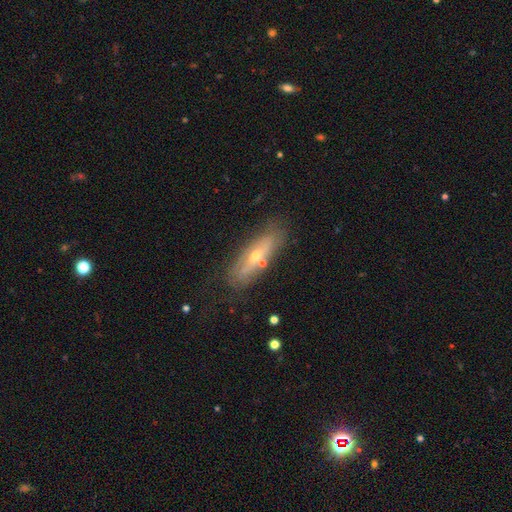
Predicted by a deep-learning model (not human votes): Smooth or featured? Predicted: featured or disk (p=0.61). Edge-on disk? Predicted: yes (p=0.52). Merging? Predicted: none (p=0.69).